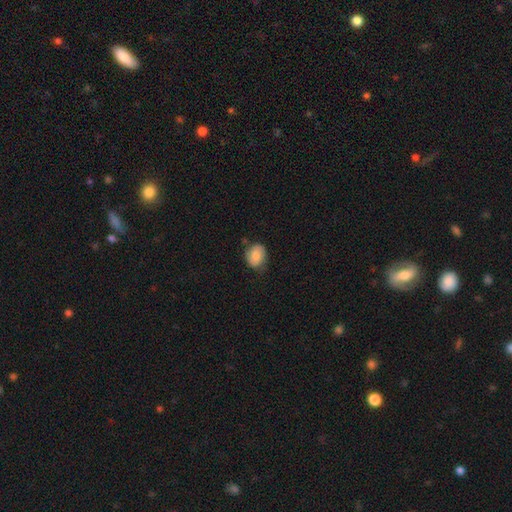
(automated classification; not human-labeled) Smooth or featured: smooth — 74% (featured or disk — 18%)
How rounded: in between — 52% (round — 47%)
Merging: none — 64% (minor disturbance — 27%)